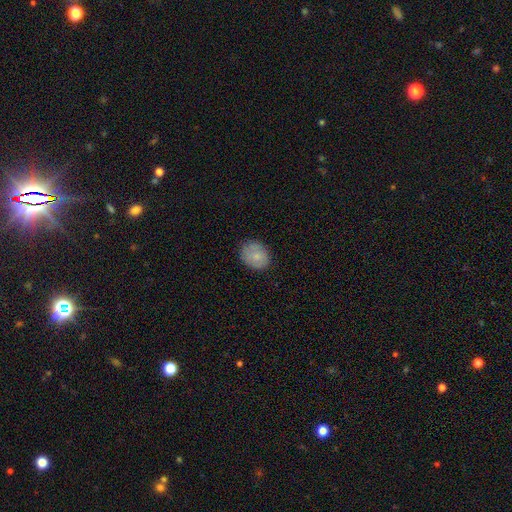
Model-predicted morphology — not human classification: smooth-or-featured: smooth: 81% | featured or disk: 12% | star or artifact: 7%
  how-rounded: round: 53% | in between: 46% | cigar-shaped: 1%
  merging: none: 80% | minor disturbance: 16% | major disturbance: 3% | merger: 1%